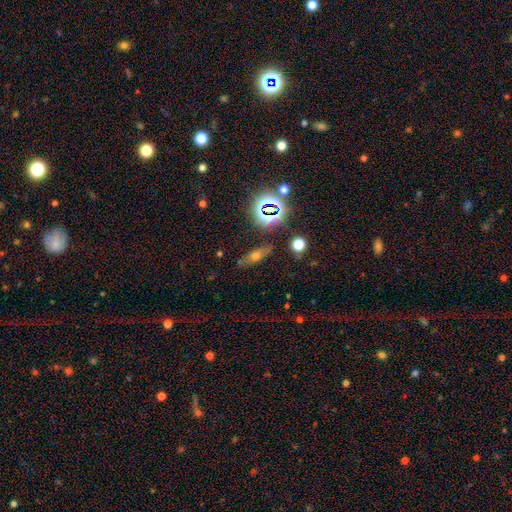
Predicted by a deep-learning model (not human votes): This is marginally a smooth galaxy (45%). Merging: clearly none (80%).